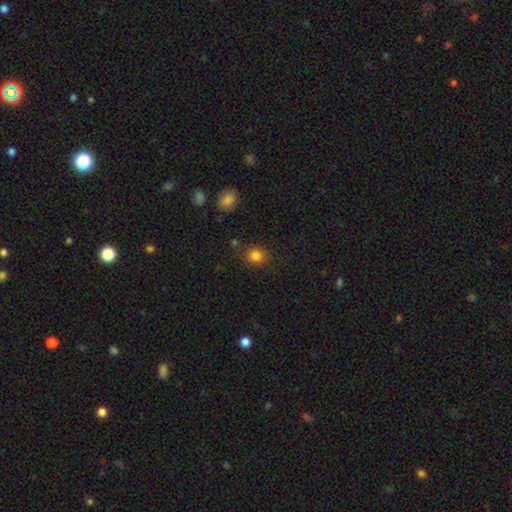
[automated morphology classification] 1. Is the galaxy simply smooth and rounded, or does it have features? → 82% smooth, 13% star or artifact, 5% featured or disk.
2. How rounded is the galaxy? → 79% round, 20% in between, 1% cigar-shaped.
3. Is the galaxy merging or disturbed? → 82% none, 11% minor disturbance, 4% merger, 3% major disturbance.